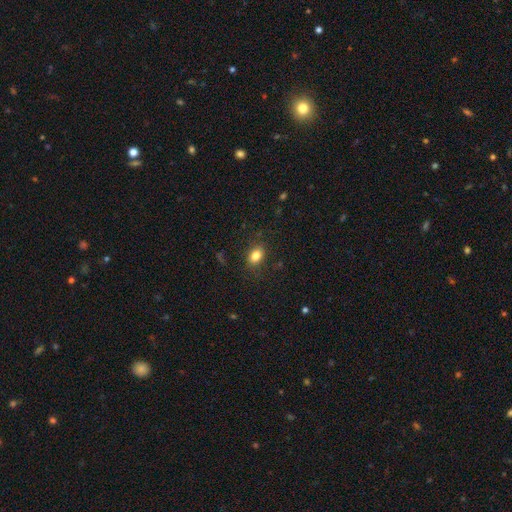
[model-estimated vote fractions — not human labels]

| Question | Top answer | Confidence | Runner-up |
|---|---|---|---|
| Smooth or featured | smooth | 82% | star or artifact (10%) |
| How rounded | in between | 78% | round (20%) |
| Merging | none | 84% | minor disturbance (11%) |